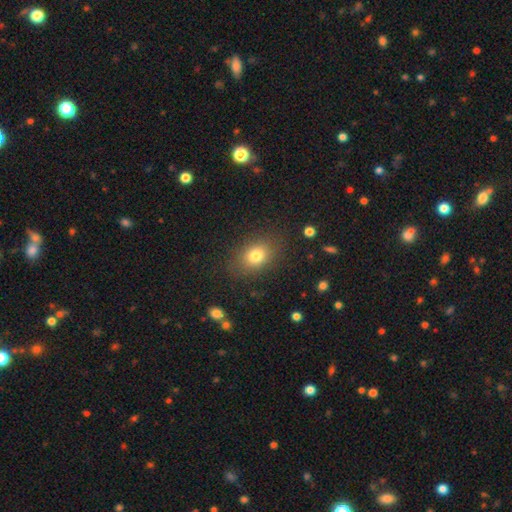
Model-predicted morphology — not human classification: A smooth galaxy with no disk features (77%) that is in between round and cigar-shaped (65%). Merging: none (83%).